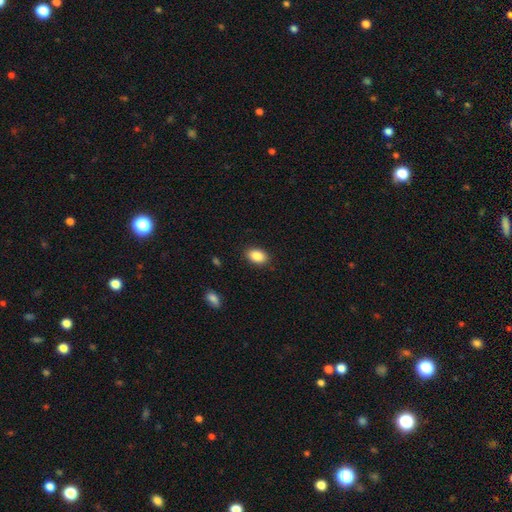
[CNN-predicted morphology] Smooth or featured: smooth — 87% (star or artifact — 8%)
How rounded: in between — 87% (round — 11%)
Merging: none — 88% (minor disturbance — 8%)